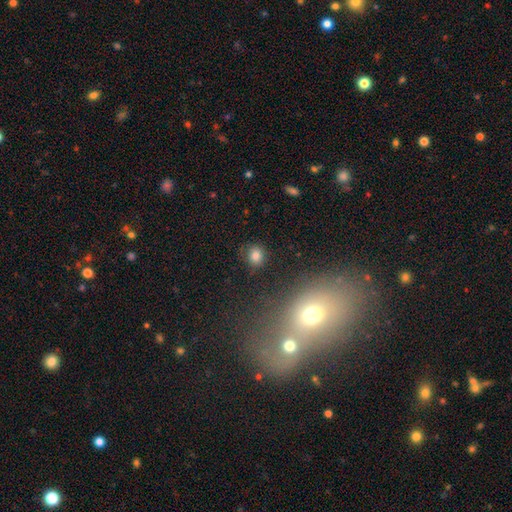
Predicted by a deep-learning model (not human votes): Smooth or featured: smooth — 80% (star or artifact — 13%)
How rounded: round — 74% (in between — 25%)
Merging: none — 82% (minor disturbance — 12%)